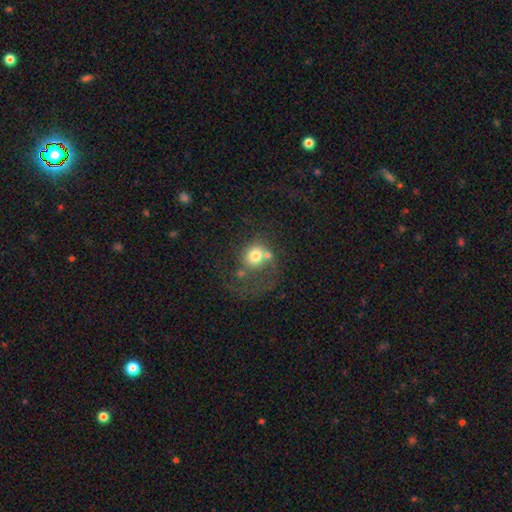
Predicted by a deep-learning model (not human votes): The model was most divided on "merging": merger: 31%, none: 30%, major disturbance: 25%, minor disturbance: 14%. More confident: how rounded — round (74%); smooth or featured — smooth (65%).